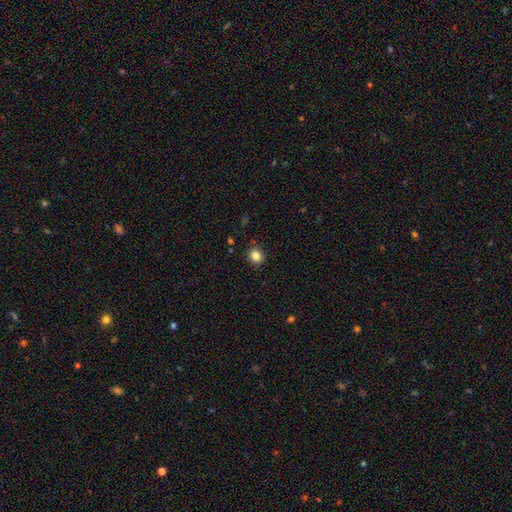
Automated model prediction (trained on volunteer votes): Morphology: type=smooth (84%); roundness=round (78%); merging=none (89%).